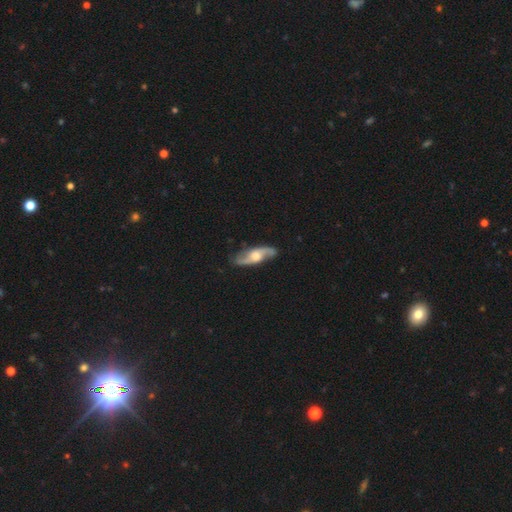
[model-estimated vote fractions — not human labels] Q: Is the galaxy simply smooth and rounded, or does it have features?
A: featured or disk — 78%.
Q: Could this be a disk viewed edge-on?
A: no — 83%.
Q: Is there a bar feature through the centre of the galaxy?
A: no — 59%.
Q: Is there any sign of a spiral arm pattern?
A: yes — 93%.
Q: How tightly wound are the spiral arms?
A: loose — 54%.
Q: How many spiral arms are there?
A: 2 — 92%.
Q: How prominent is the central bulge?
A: moderate — 60%.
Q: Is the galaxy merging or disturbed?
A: none — 84%.